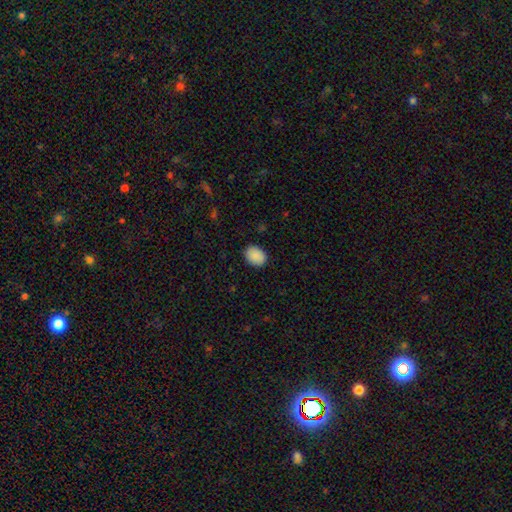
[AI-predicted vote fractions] A smooth galaxy with no disk features (89%) that is in between round and cigar-shaped (60%).

Vote fractions:
- Smooth or featured? smooth: 89% / star or artifact: 7% / featured or disk: 4%
- How rounded? in between: 60% / round: 39% / cigar-shaped: 1%
- Merging? none: 88% / minor disturbance: 9% / major disturbance: 2% / merger: 1%